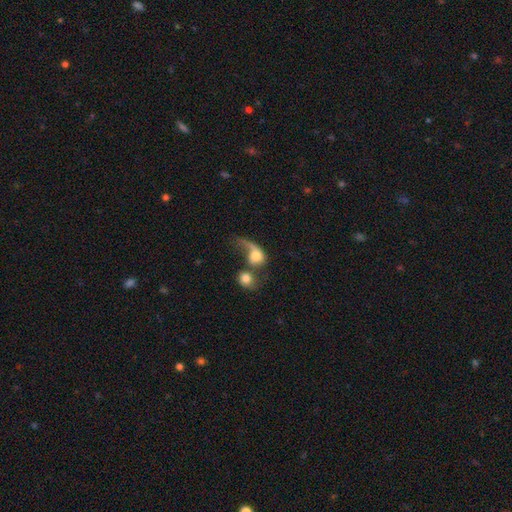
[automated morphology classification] Smooth or featured?
  - smooth: 54% *
  - featured or disk: 37%
  - star or artifact: 9%
How rounded?
  - round: 56% *
  - in between: 40%
  - cigar-shaped: 4%
Merging?
  - merger: 56% *
  - major disturbance: 24%
  - none: 12%
  - minor disturbance: 8%